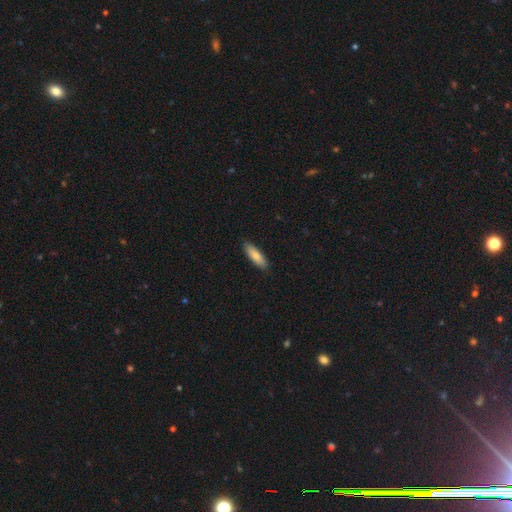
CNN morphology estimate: This appears to be a smooth galaxy with no disk features (83%) that is cigar-shaped (51%). Merging: none (89%).